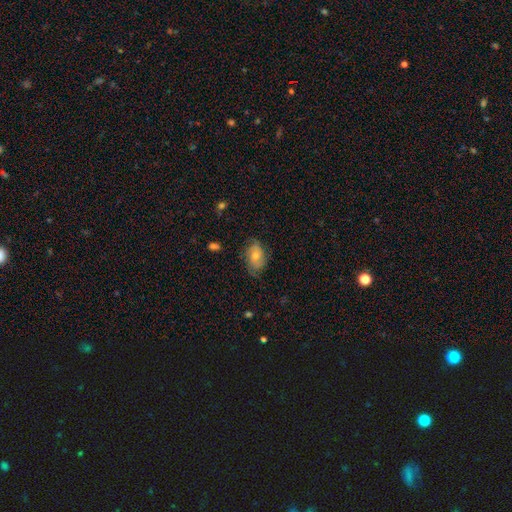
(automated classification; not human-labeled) Q: Smooth or featured?
A: smooth (56%); runner-up: featured or disk (36%)
Q: How rounded?
A: in between (85%); runner-up: round (13%)
Q: Merging?
A: none (64%); runner-up: minor disturbance (27%)